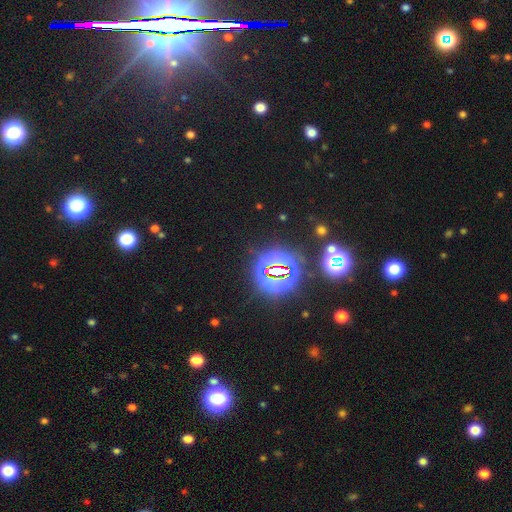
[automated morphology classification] A star or artifact, not a galaxy (80%).